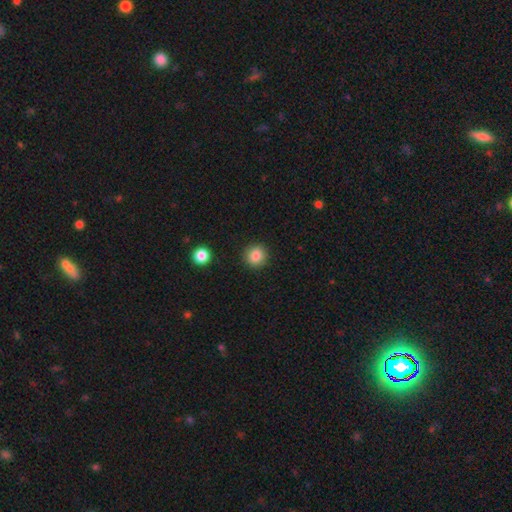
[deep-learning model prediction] Morphology: type=smooth (86%); roundness=round (91%); merging=none (91%).